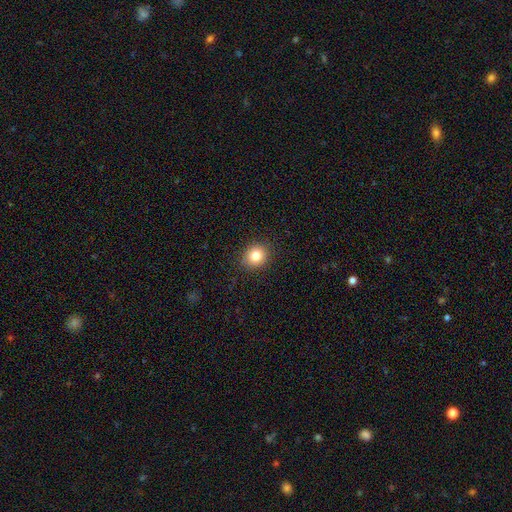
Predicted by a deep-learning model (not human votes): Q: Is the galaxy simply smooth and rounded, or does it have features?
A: smooth — 82%.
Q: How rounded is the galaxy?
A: round — 78%.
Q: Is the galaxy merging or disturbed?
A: none — 89%.